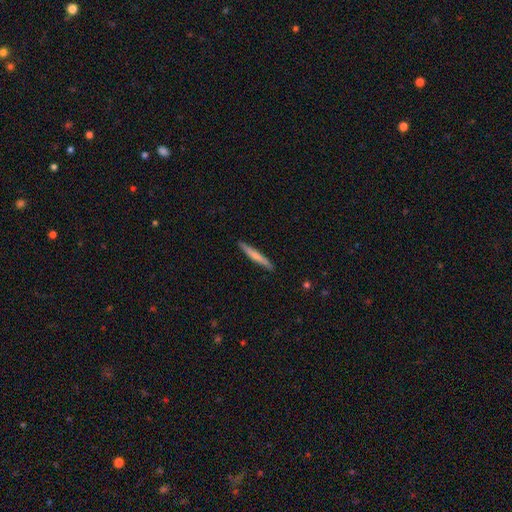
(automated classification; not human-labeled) smooth-or-featured: smooth: 66% | featured or disk: 29% | star or artifact: 5%
  how-rounded: cigar-shaped: 96% | in between: 3% | round: 1%
  merging: none: 90% | minor disturbance: 8% | major disturbance: 1% | merger: 1%